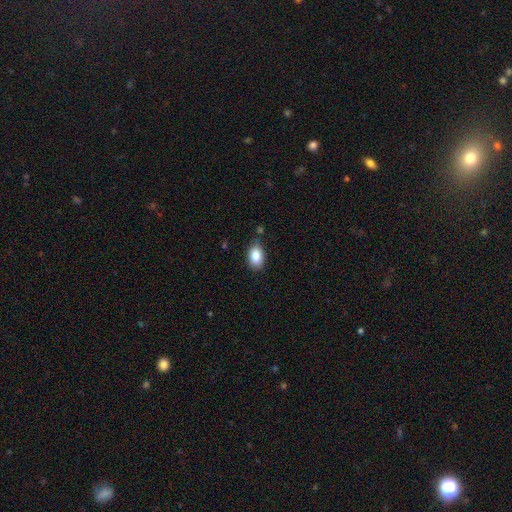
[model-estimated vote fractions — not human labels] smooth 86%, star or artifact 8%, featured or disk 6%. Down the decision tree: how rounded — in between (88%); merging — none (76%).